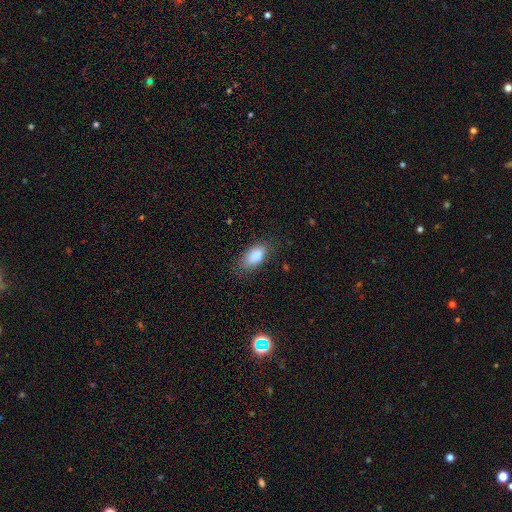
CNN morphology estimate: Q: Smooth or featured?
A: smooth (86%); runner-up: star or artifact (8%)
Q: How rounded?
A: in between (91%); runner-up: cigar-shaped (5%)
Q: Merging?
A: none (71%); runner-up: minor disturbance (20%)